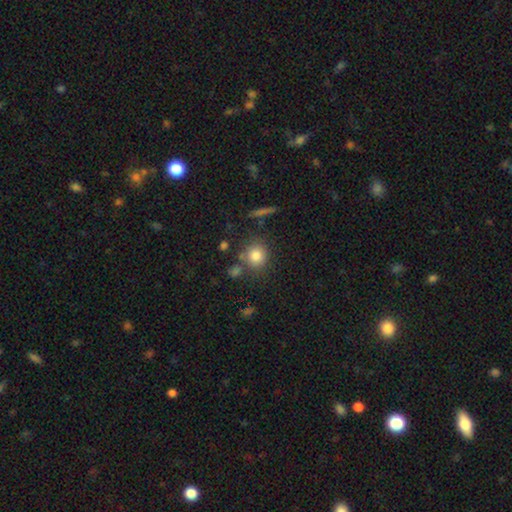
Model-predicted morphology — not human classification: smooth-or-featured: smooth: 81% | star or artifact: 11% | featured or disk: 8%
  how-rounded: round: 86% | in between: 12% | cigar-shaped: 1%
  merging: none: 73% | minor disturbance: 12% | merger: 10% | major disturbance: 5%